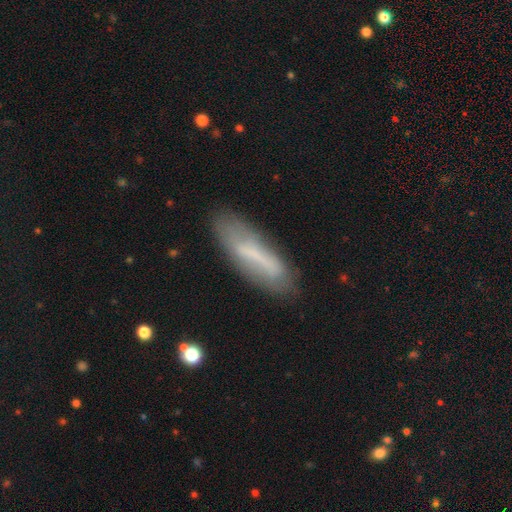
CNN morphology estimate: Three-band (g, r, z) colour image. It shows a smooth galaxy with no disk features (53%) that is cigar-shaped (64%). Merging: none (74%).